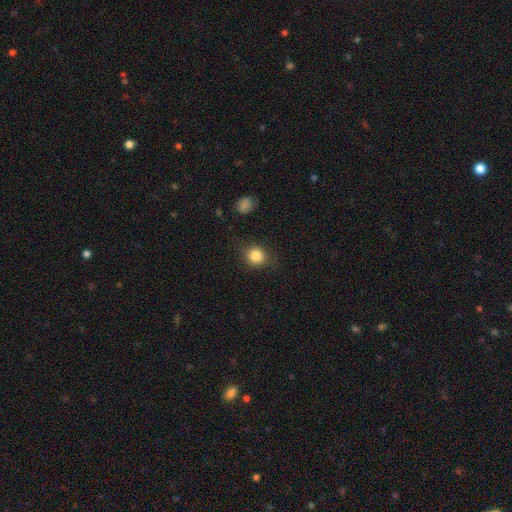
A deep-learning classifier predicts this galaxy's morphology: Smooth or featured? Predicted: smooth (p=0.84). How rounded? Predicted: round (p=0.79). Merging? Predicted: none (p=0.82).